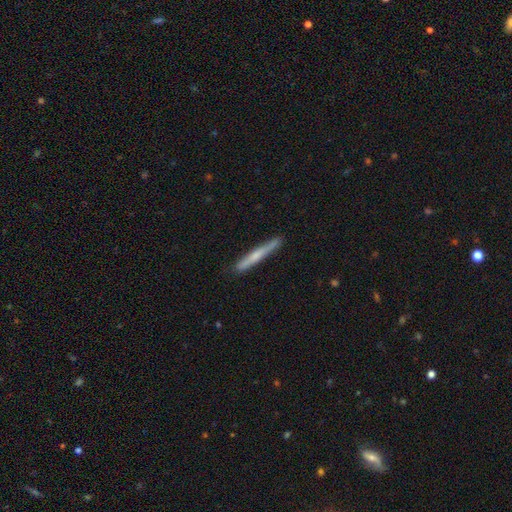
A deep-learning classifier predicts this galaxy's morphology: type=smooth (50%); merging=none (88%).